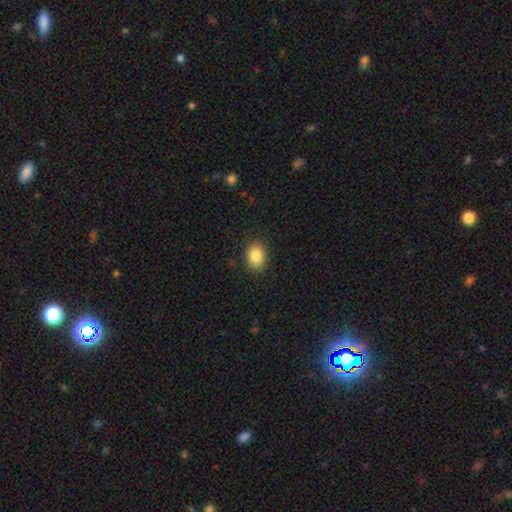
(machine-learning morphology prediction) The model was most divided on "how rounded": in between: 71%, round: 28%, cigar-shaped: 1%. More confident: merging — none (88%); smooth or featured — smooth (86%).